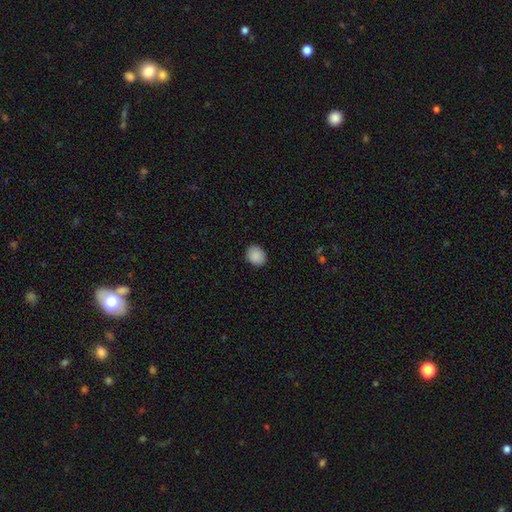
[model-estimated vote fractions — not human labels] Smooth or featured?
  - smooth: 89% *
  - star or artifact: 8%
  - featured or disk: 3%
How rounded?
  - round: 62% *
  - in between: 37%
  - cigar-shaped: 1%
Merging?
  - none: 88% *
  - minor disturbance: 9%
  - major disturbance: 2%
  - merger: 1%